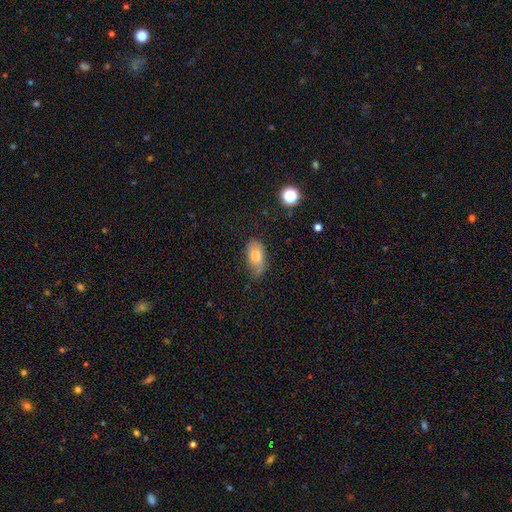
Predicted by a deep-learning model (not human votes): Smooth or featured?
  - smooth: 75% *
  - featured or disk: 16%
  - star or artifact: 9%
How rounded?
  - in between: 91% *
  - round: 5%
  - cigar-shaped: 4%
Merging?
  - none: 49% *
  - minor disturbance: 36%
  - major disturbance: 12%
  - merger: 2%